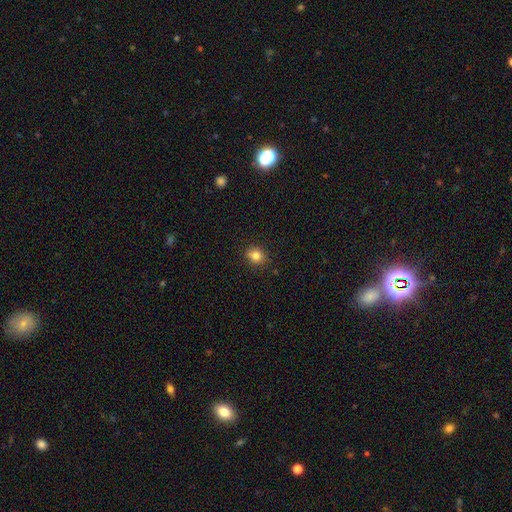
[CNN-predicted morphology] smooth_or_featured: smooth (p=0.83) [alt: star or artifact p=0.11]
how_rounded: round (p=0.72) [alt: in between p=0.27]
merging: none (p=0.87) [alt: minor disturbance p=0.10]